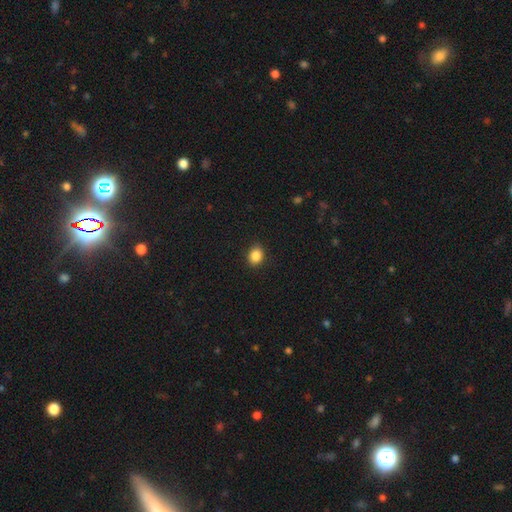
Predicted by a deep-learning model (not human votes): This appears to be a smooth galaxy with no disk features (87%) that is round (54%). Merging: none (89%).